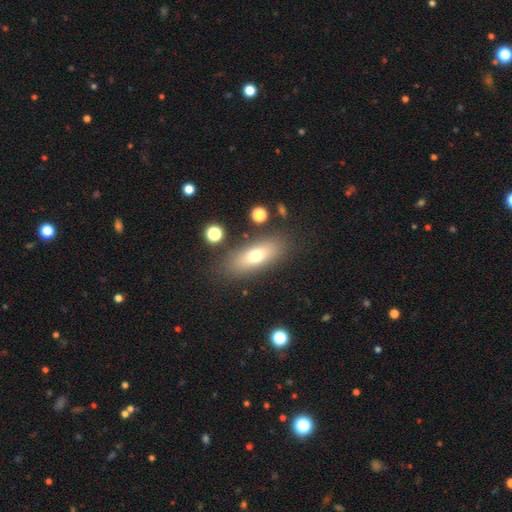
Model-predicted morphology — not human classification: type=smooth (67%); roundness=in between (70%); merging=none (81%).